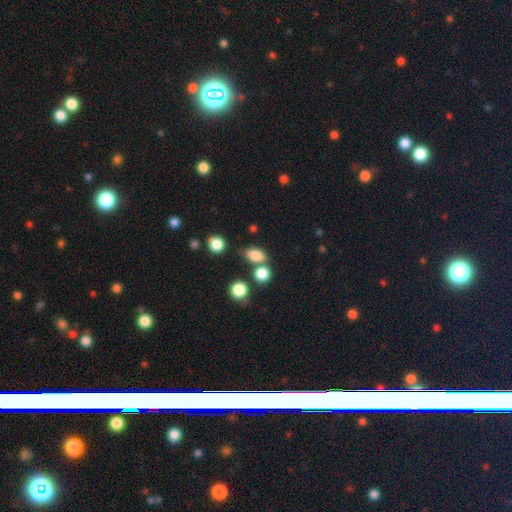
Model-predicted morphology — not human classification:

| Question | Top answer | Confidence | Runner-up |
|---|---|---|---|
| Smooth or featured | smooth | 82% | star or artifact (11%) |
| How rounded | in between | 77% | round (21%) |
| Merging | none | 60% | merger (21%) |